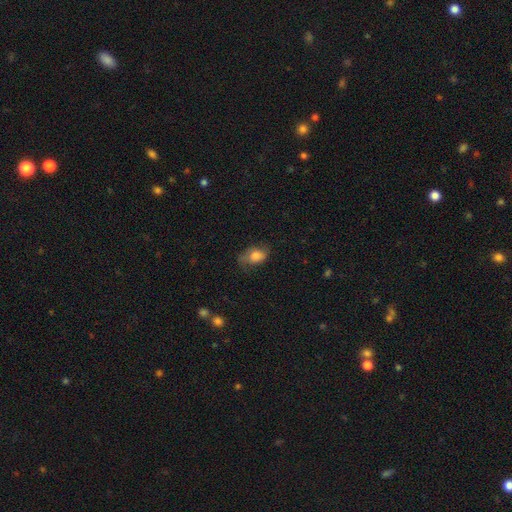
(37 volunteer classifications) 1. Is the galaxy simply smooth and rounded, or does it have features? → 76% smooth, 16% featured or disk, 8% star or artifact.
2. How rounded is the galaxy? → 93% in between, 7% round, 0% cigar-shaped.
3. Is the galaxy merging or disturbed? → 50% none, 24% minor disturbance, 21% major disturbance, 6% merger.